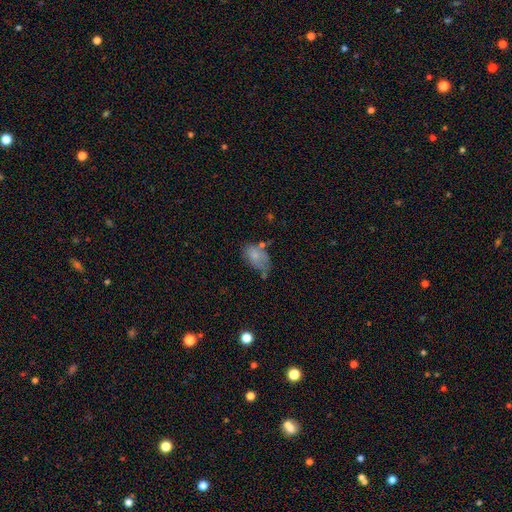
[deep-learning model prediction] This appears to be a smooth galaxy with no disk features (72%) that is in between round and cigar-shaped (89%). Merging: none (38%).